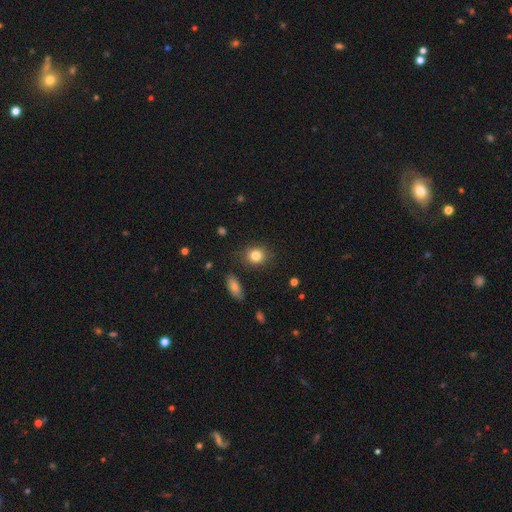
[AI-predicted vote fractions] Smooth or featured: smooth — 83% (star or artifact — 9%)
How rounded: round — 67% (in between — 31%)
Merging: none — 82% (minor disturbance — 12%)